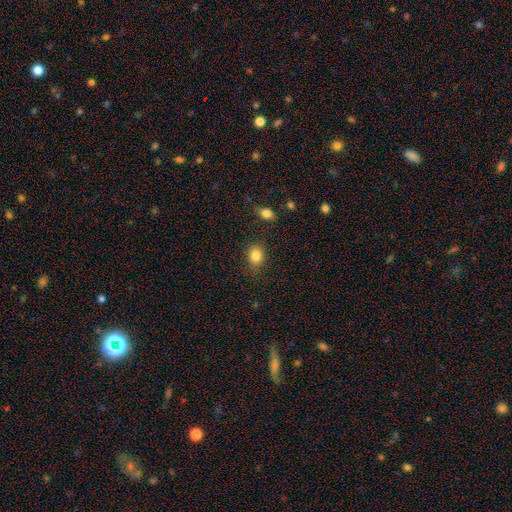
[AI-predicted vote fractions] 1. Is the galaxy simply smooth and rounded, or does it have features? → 84% smooth, 10% star or artifact, 6% featured or disk.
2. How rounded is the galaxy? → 56% round, 43% in between, 1% cigar-shaped.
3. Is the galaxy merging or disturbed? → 82% none, 12% minor disturbance, 3% major disturbance, 2% merger.